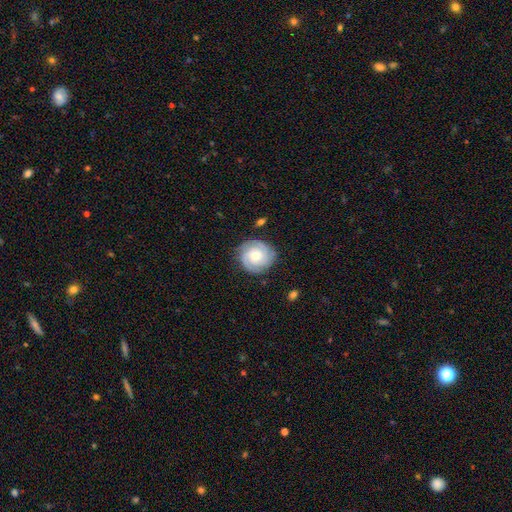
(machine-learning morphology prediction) Smooth or featured?
  - featured or disk: 77% *
  - smooth: 17%
  - star or artifact: 6%
Edge-on disk?
  - no: 98% *
  - yes: 2%
Bar?
  - no: 74% *
  - weak: 22%
  - strong: 4%
Spiral arms?
  - yes: 96% *
  - no: 4%
Spiral winding?
  - tight: 72% *
  - medium: 23%
  - loose: 4%
Spiral arm count?
  - 3: 39% *
  - 2: 27%
  - can't tell: 18%
  - 4: 8%
  - 1: 4%
  - more than 4: 4%
Bulge size?
  - moderate: 55% *
  - small: 39%
  - large: 3%
  - none: 1%
  - dominant: 1%
Merging?
  - none: 82% *
  - minor disturbance: 13%
  - major disturbance: 3%
  - merger: 1%